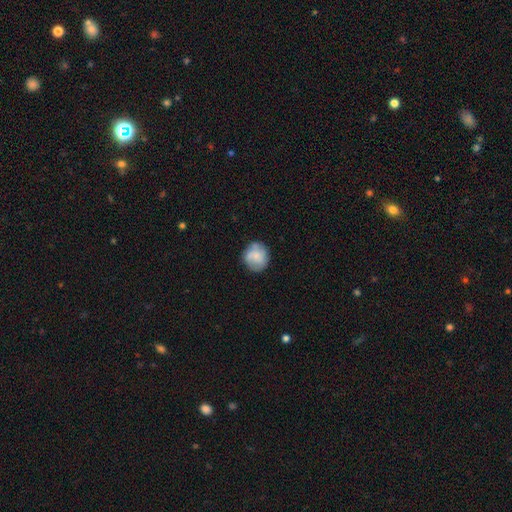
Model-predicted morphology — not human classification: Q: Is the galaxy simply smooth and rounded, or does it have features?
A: smooth — 66%.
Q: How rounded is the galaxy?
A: round — 86%.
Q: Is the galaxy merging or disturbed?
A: none — 70%.